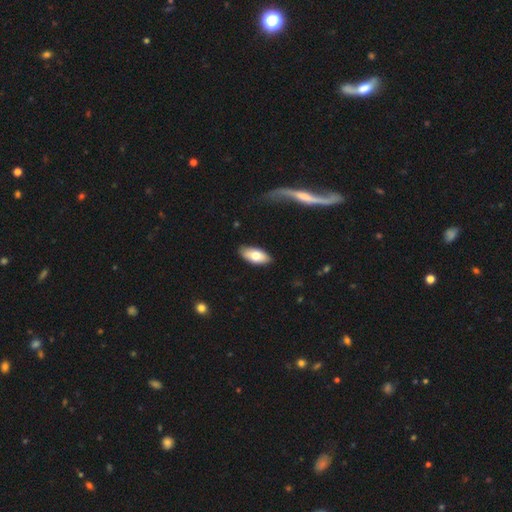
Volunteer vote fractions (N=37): Smooth or featured?
  - smooth: 76% *
  - featured or disk: 19%
  - star or artifact: 5%
How rounded?
  - in between: 96% *
  - cigar-shaped: 4%
  - round: 0%
Merging?
  - none: 77% *
  - minor disturbance: 14%
  - major disturbance: 6%
  - merger: 3%